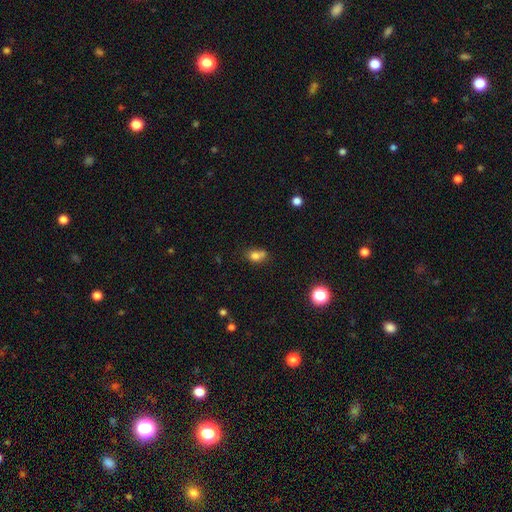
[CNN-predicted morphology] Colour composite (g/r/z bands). It shows a smooth galaxy with no disk features (74%) that is round (50%). Merging: none (40%).